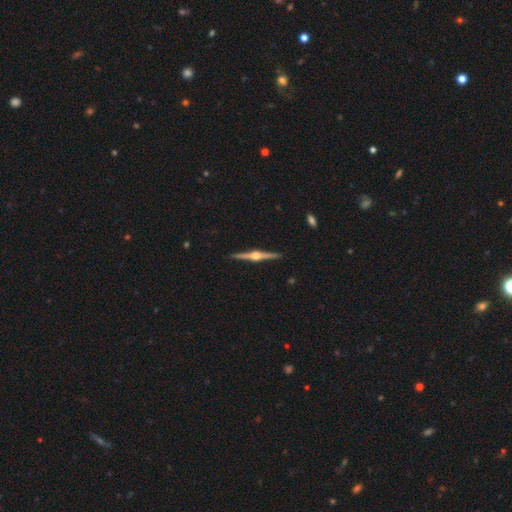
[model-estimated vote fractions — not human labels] A featured or disk galaxy (88%) viewed edge-on (99%) with a rounded central bulge (96%). Merging: none (93%).